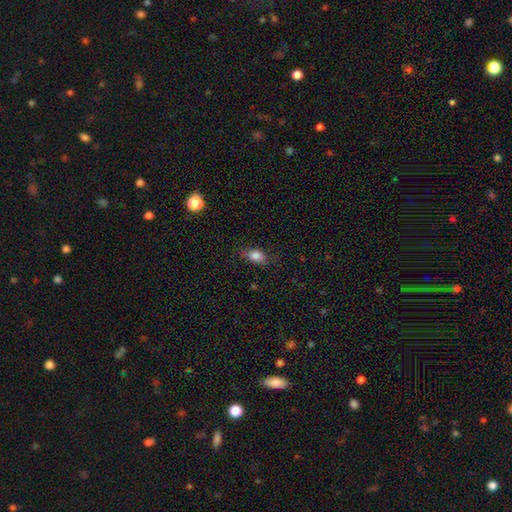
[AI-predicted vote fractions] Smooth or featured? smooth (82%)
How rounded? in between (81%)
Merging? none (75%)